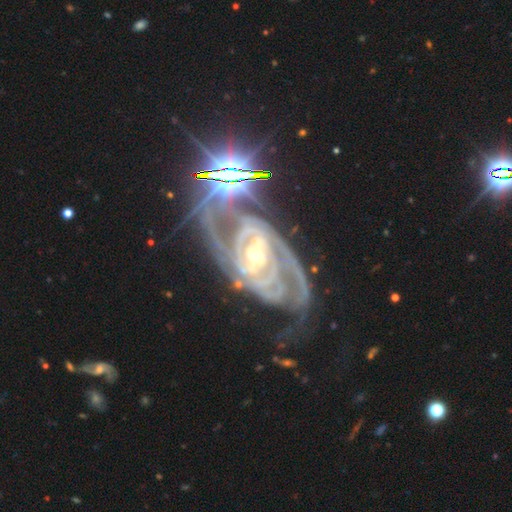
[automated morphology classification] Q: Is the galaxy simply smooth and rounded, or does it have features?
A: featured or disk — 90%.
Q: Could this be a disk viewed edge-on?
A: no — 96%.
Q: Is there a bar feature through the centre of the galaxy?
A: no — 41%.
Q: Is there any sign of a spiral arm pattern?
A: yes — 97%.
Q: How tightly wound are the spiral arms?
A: tight — 58%.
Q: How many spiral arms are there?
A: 2 — 38%.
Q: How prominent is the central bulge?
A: moderate — 51%.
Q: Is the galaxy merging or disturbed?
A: none — 46%.